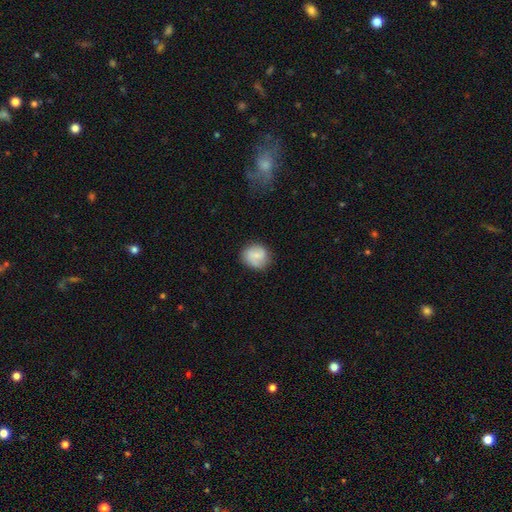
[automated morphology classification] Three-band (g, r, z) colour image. It shows a smooth galaxy with no disk features (65%) that is round (80%). Merging: none (77%).